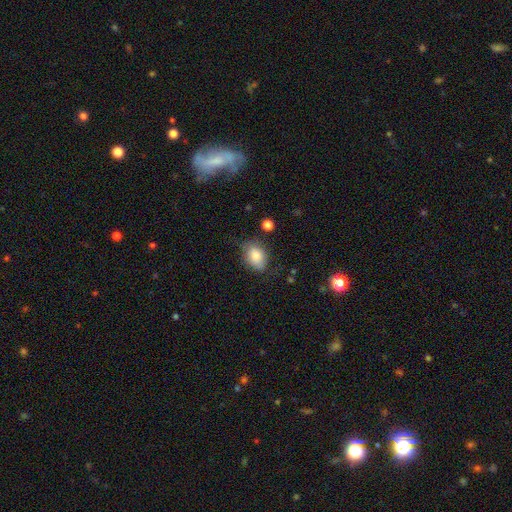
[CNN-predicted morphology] A smooth galaxy with no disk features (82%) that is in between round and cigar-shaped (79%).

Vote fractions:
- Smooth or featured? smooth: 82% / featured or disk: 10% / star or artifact: 8%
- How rounded? in between: 79% / round: 20% / cigar-shaped: 1%
- Merging? none: 65% / minor disturbance: 26% / major disturbance: 7% / merger: 2%